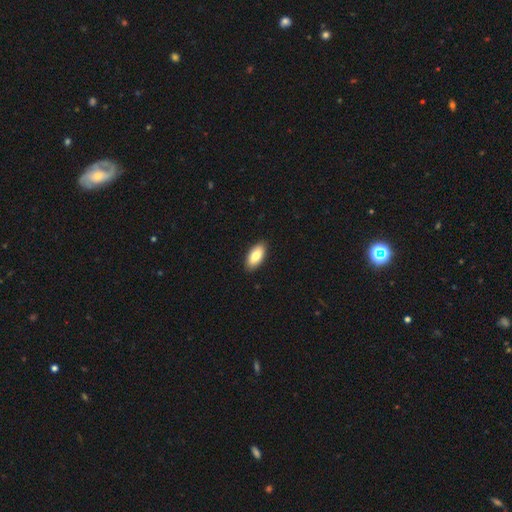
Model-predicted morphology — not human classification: smooth-or-featured: smooth: 84% | featured or disk: 10% | star or artifact: 6%
  how-rounded: in between: 92% | cigar-shaped: 6% | round: 2%
  merging: none: 90% | minor disturbance: 8% | major disturbance: 2% | merger: 1%